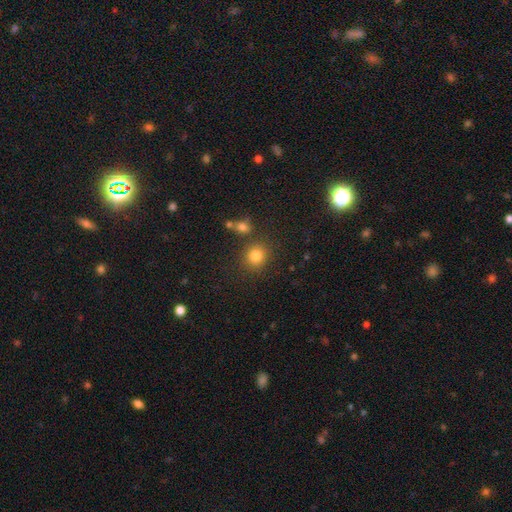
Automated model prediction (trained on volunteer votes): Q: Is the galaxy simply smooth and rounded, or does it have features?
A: smooth — 81%.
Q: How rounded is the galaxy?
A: round — 86%.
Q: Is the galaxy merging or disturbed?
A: none — 80%.